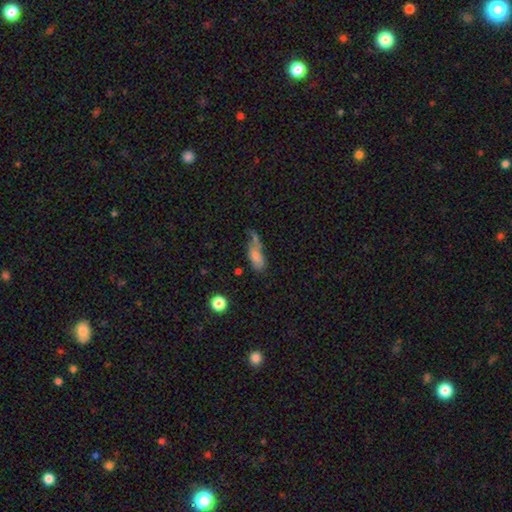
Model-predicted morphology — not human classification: This is likely a smooth galaxy (62%). How rounded: likely in between (71%). Merging: marginally none (33%).